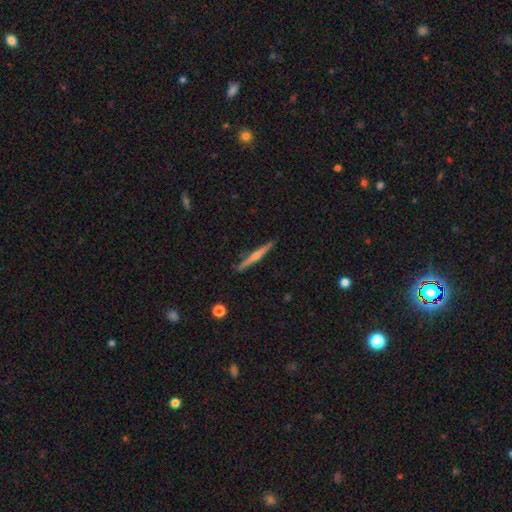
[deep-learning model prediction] Smooth or featured? Predicted: featured or disk (p=0.67). Edge-on disk? Predicted: yes (p=0.98). Edge-on bulge? Predicted: rounded (p=0.74). Merging? Predicted: none (p=0.89).